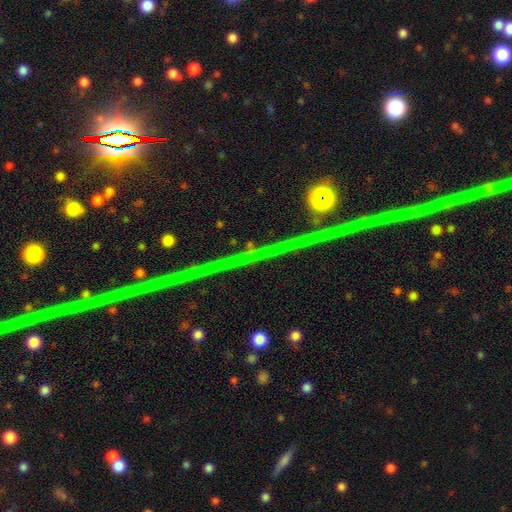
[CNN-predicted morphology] Smooth or featured? star or artifact (82%)